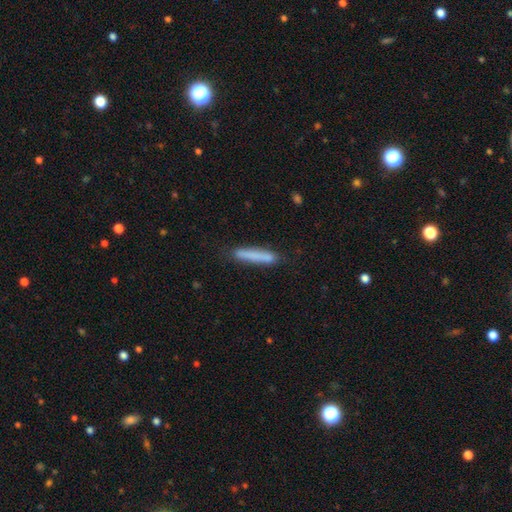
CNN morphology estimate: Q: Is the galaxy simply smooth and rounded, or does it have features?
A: smooth — 78%.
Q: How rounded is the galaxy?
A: cigar-shaped — 94%.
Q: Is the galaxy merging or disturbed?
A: none — 82%.